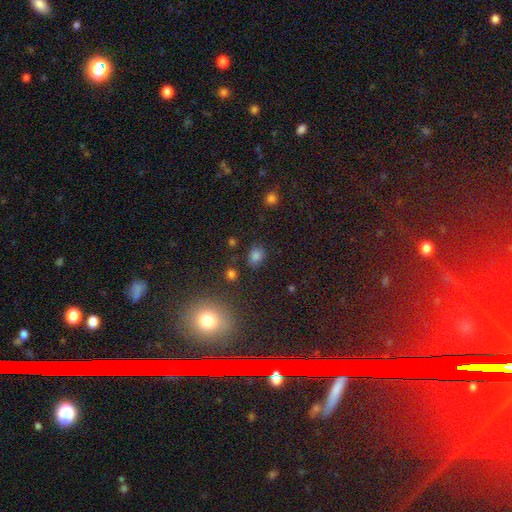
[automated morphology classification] smooth-or-featured: smooth: 78% | star or artifact: 17% | featured or disk: 6%
  how-rounded: in between: 55% | round: 44% | cigar-shaped: 1%
  merging: none: 80% | minor disturbance: 13% | major disturbance: 4% | merger: 4%